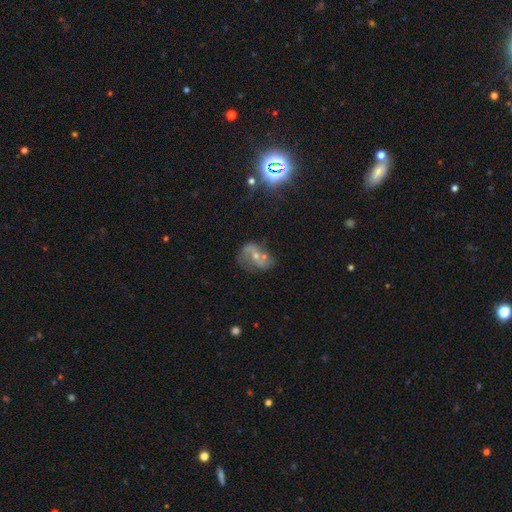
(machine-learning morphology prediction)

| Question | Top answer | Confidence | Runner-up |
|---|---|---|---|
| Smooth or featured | featured or disk | 58% | star or artifact (24%) |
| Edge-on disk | no | 96% | yes (4%) |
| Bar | no | 55% | weak (31%) |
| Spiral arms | yes | 74% | no (26%) |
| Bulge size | small | 57% | moderate (36%) |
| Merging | none | 47% | minor disturbance (19%) |